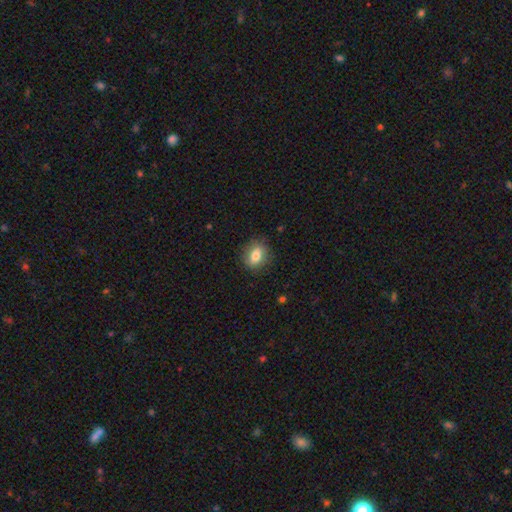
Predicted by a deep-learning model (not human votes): Smooth or featured: smooth — 79% (featured or disk — 12%)
How rounded: in between — 56% (round — 43%)
Merging: none — 84% (minor disturbance — 12%)